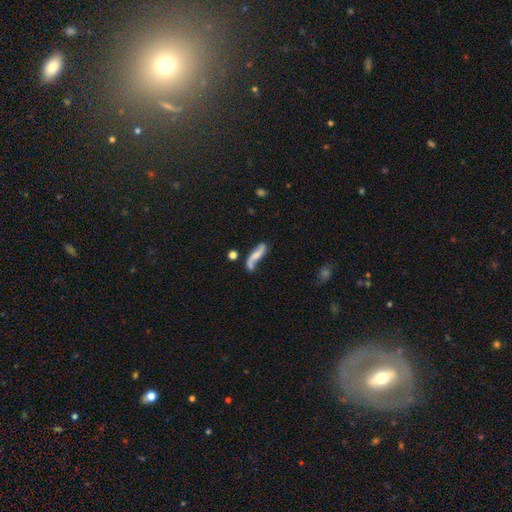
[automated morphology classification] The model was most divided on "bulge size": none: 43%, small: 30%, moderate: 20%, large: 5%, dominant: 2%. More confident: spiral arms — yes (87%); edge-on disk — no (84%); smooth or featured — featured or disk (61%); merging — none (53%); bar — no (51%).